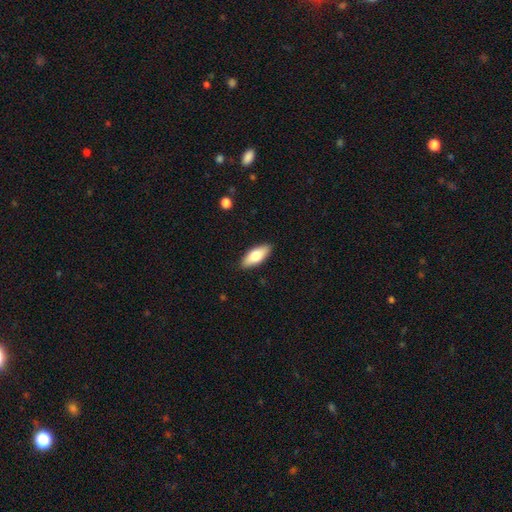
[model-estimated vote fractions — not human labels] smooth-or-featured: smooth: 73% | featured or disk: 21% | star or artifact: 6%
  how-rounded: in between: 77% | cigar-shaped: 21% | round: 2%
  merging: none: 89% | minor disturbance: 9% | major disturbance: 2% | merger: 1%